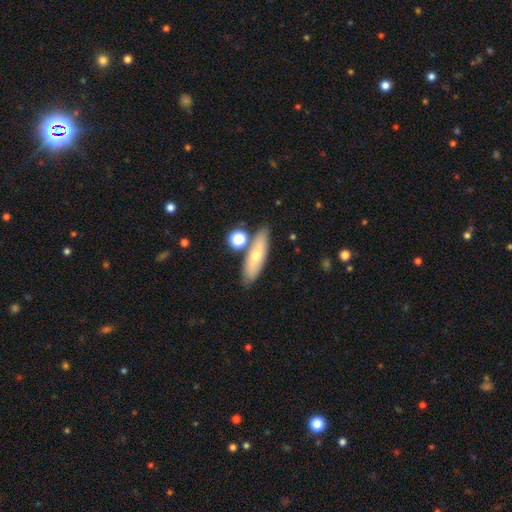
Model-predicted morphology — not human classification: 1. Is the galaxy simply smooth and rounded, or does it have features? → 63% smooth, 29% featured or disk, 7% star or artifact.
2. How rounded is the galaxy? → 53% cigar-shaped, 43% in between, 4% round.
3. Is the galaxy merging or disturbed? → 73% none, 12% minor disturbance, 11% merger, 3% major disturbance.